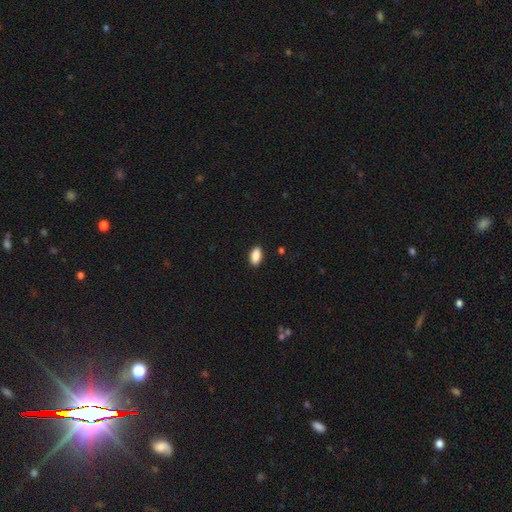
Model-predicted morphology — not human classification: The model was most divided on "merging": none: 89%, minor disturbance: 8%, major disturbance: 2%, merger: 1%. More confident: how rounded — in between (90%); smooth or featured — smooth (89%).